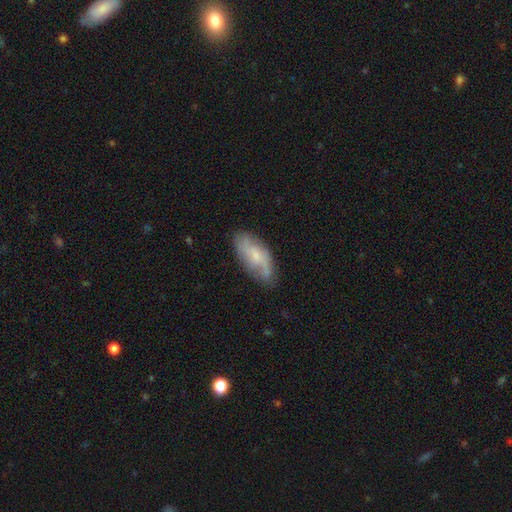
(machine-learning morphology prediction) This appears to be a featured or disk galaxy (49%). Merging: none (65%).